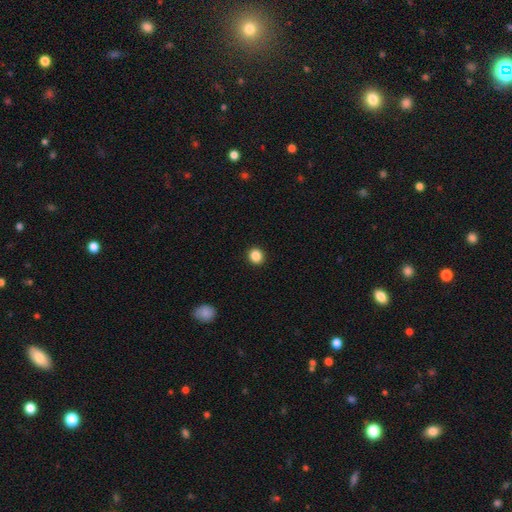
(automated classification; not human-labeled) Morphology: type=smooth (86%); roundness=round (83%); merging=none (93%).